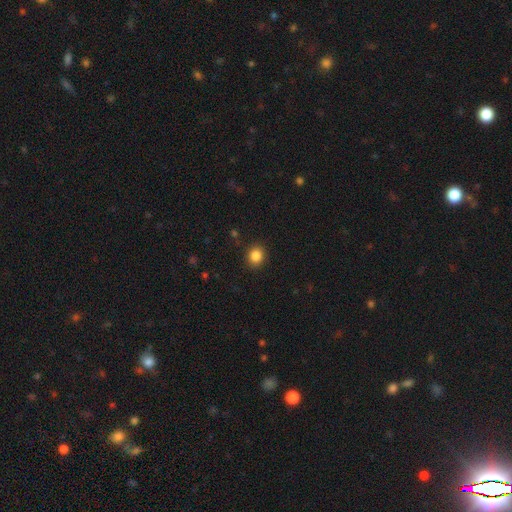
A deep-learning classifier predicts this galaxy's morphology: A smooth galaxy with no disk features (85%) that is round (79%).

Vote fractions:
- Smooth or featured? smooth: 85% / star or artifact: 11% / featured or disk: 4%
- How rounded? round: 79% / in between: 21% / cigar-shaped: 1%
- Merging? none: 90% / minor disturbance: 7% / major disturbance: 2% / merger: 1%